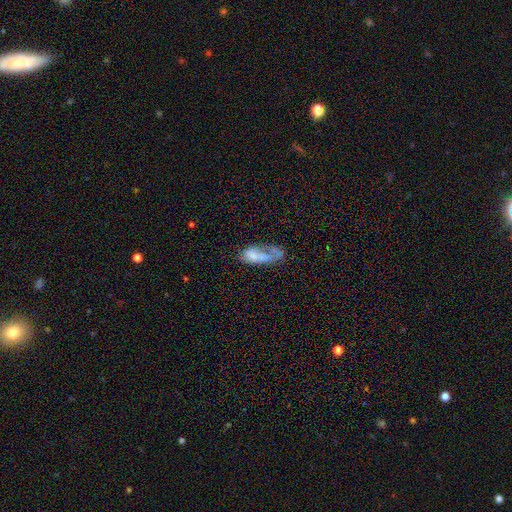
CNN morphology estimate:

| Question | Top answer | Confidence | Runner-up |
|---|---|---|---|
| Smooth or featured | smooth | 56% | featured or disk (35%) |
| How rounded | in between | 77% | cigar-shaped (19%) |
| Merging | major disturbance | 36% | none (26%) |